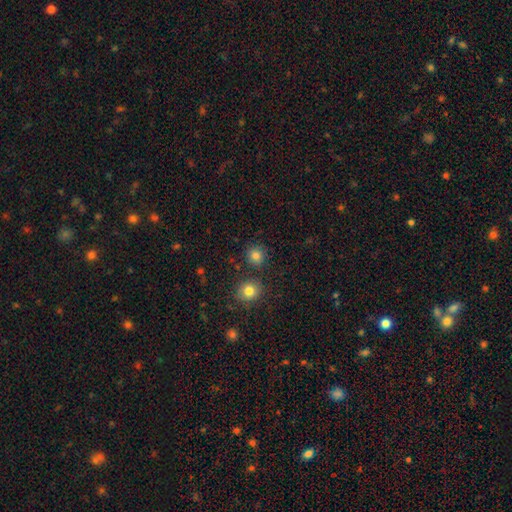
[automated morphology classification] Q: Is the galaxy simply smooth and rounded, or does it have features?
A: smooth — 82%.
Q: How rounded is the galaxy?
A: round — 89%.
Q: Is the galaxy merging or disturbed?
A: none — 84%.